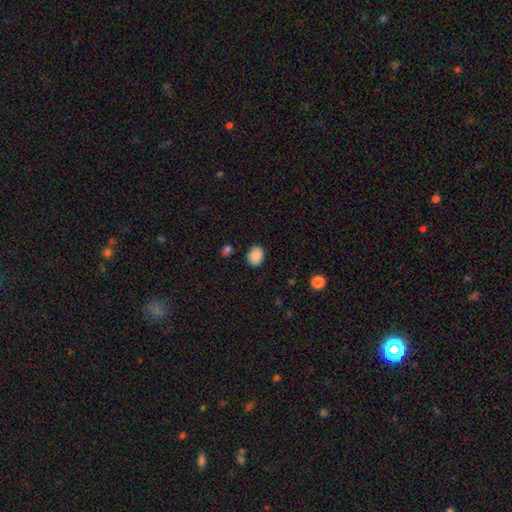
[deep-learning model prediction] Overall: smooth (88%). How rounded: in between (52%; round 47%). Merging: none (86%).